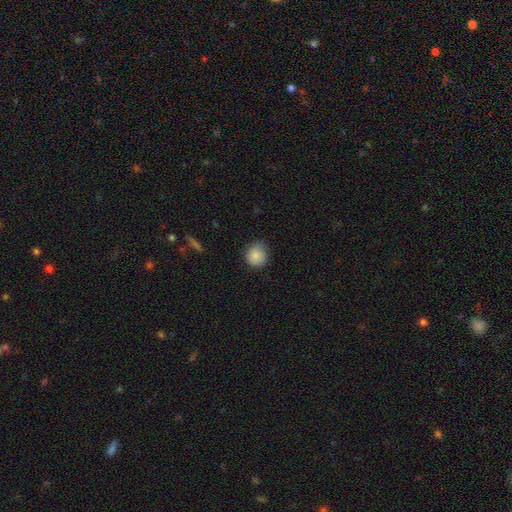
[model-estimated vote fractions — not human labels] Morphology: type=smooth (85%); roundness=round (88%); merging=none (71%).